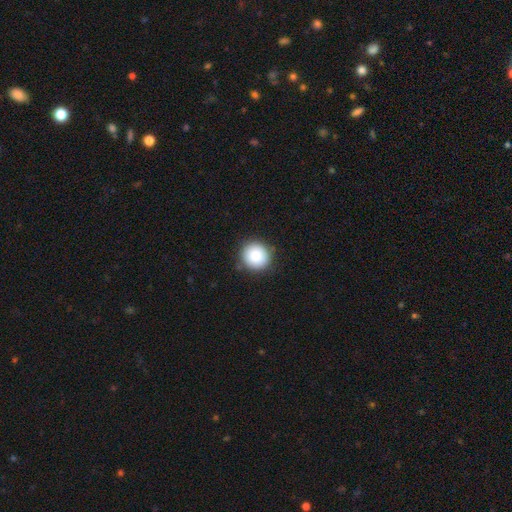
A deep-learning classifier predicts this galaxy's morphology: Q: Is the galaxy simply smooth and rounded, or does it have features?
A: smooth — 86%.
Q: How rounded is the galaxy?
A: round — 92%.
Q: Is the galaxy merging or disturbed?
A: none — 88%.